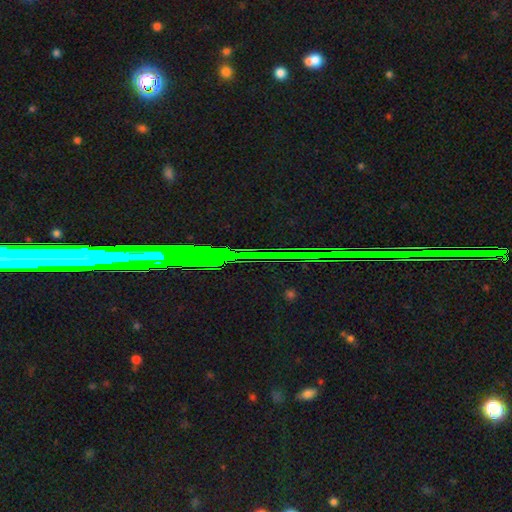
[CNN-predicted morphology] Smooth or featured? star or artifact (80%)